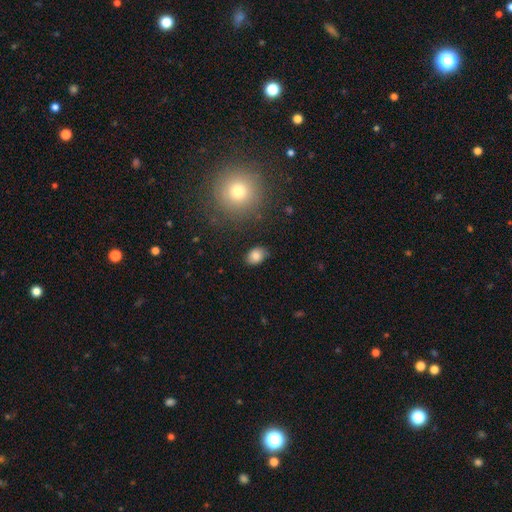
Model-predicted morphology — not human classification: Smooth or featured? Predicted: smooth (p=0.82). How rounded? Predicted: in between (p=0.69). Merging? Predicted: none (p=0.82).